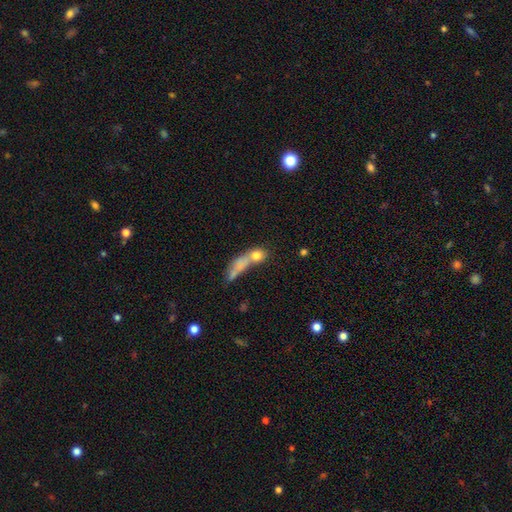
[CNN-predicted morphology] Q: Smooth or featured?
A: smooth (52%); runner-up: featured or disk (27%)
Q: How rounded?
A: in between (40%); runner-up: cigar-shaped (39%)
Q: Merging?
A: merger (46%); runner-up: none (34%)